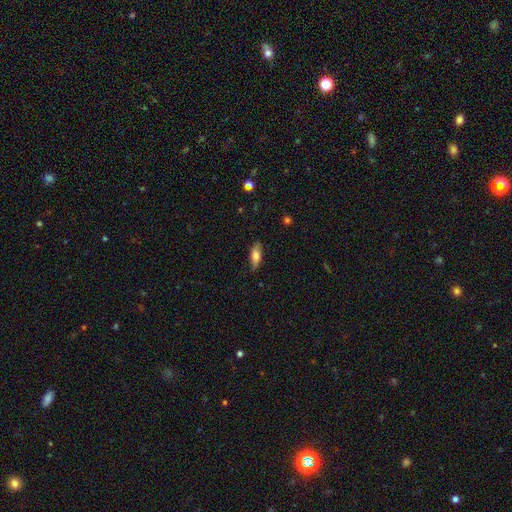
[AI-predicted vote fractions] Smooth or featured?
  - smooth: 69% *
  - featured or disk: 24%
  - star or artifact: 7%
How rounded?
  - in between: 67% *
  - cigar-shaped: 31%
  - round: 3%
Merging?
  - none: 73% *
  - minor disturbance: 21%
  - major disturbance: 4%
  - merger: 1%